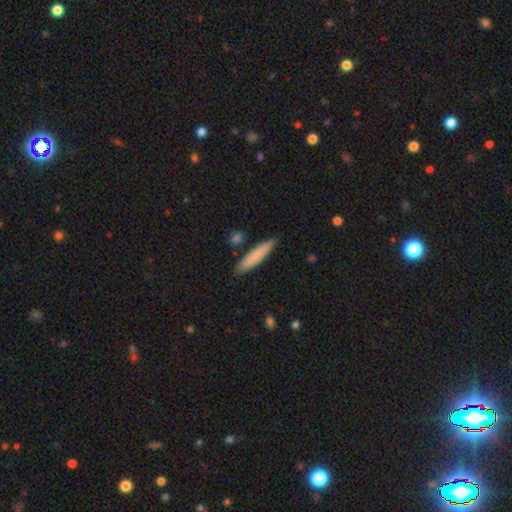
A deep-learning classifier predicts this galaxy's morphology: type=smooth (78%); roundness=cigar-shaped (90%); merging=none (86%).